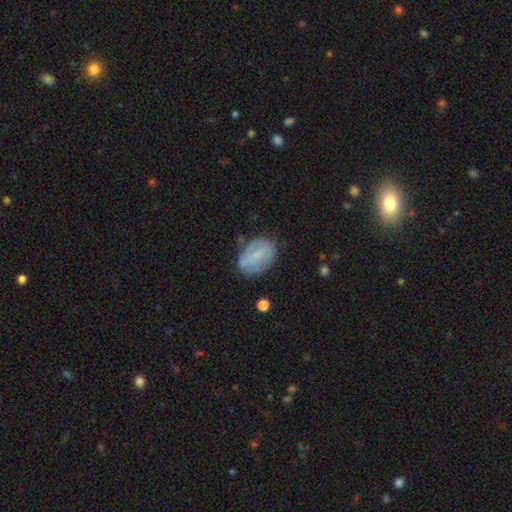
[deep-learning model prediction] Smooth or featured?
  - smooth: 54% *
  - featured or disk: 38%
  - star or artifact: 8%
How rounded?
  - in between: 82% *
  - round: 16%
  - cigar-shaped: 2%
Merging?
  - none: 69% *
  - minor disturbance: 22%
  - major disturbance: 7%
  - merger: 2%